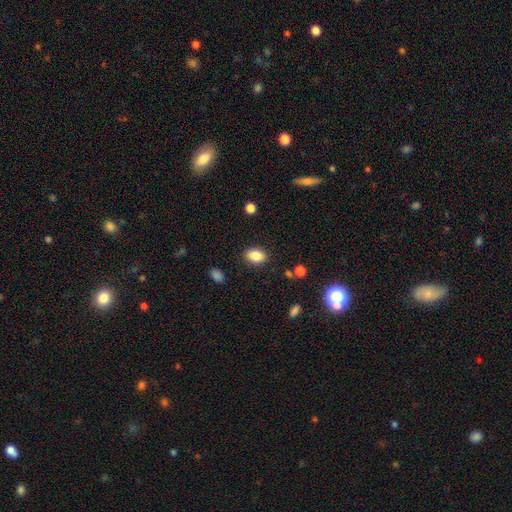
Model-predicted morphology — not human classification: Smooth or featured?
  - smooth: 84% *
  - star or artifact: 9%
  - featured or disk: 7%
How rounded?
  - in between: 82% *
  - round: 16%
  - cigar-shaped: 2%
Merging?
  - none: 87% *
  - minor disturbance: 9%
  - major disturbance: 3%
  - merger: 2%